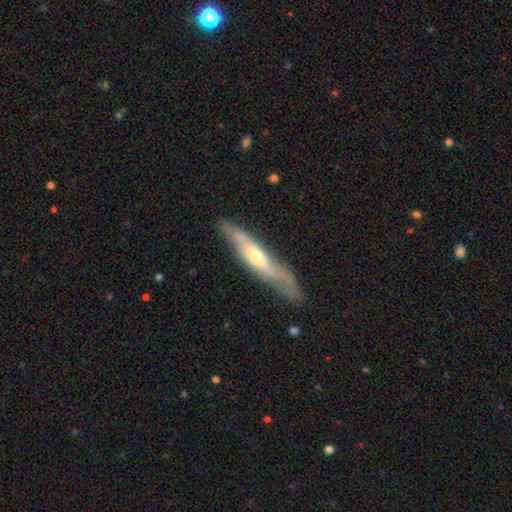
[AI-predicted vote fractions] A featured or disk galaxy (59%) viewed edge-on (75%).

Vote fractions:
- Smooth or featured? featured or disk: 59% / smooth: 36% / star or artifact: 5%
- Edge-on disk? yes: 75% / no: 25%
- Merging? none: 75% / minor disturbance: 18% / major disturbance: 5% / merger: 2%